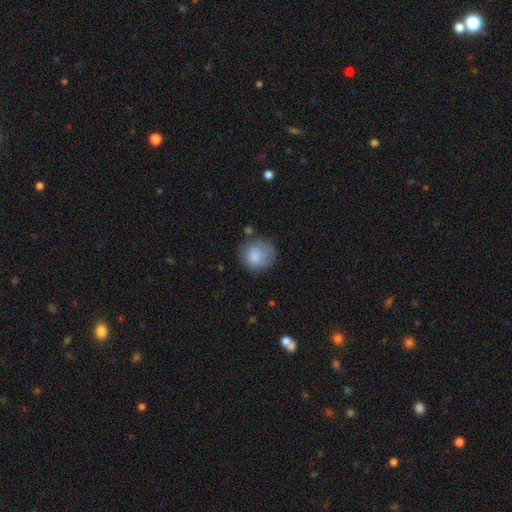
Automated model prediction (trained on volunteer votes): The model was most divided on "merging": none: 62%, minor disturbance: 24%, major disturbance: 10%, merger: 4%. More confident: how rounded — round (85%); smooth or featured — smooth (82%).